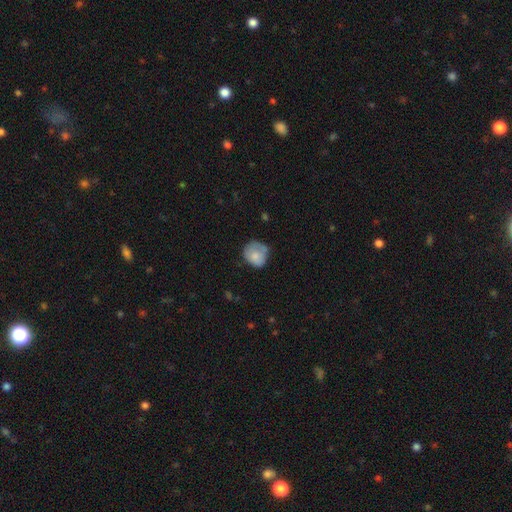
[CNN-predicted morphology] Smooth or featured?
  - smooth: 74% *
  - featured or disk: 18%
  - star or artifact: 8%
How rounded?
  - round: 74% *
  - in between: 25%
  - cigar-shaped: 1%
Merging?
  - none: 48% *
  - minor disturbance: 35%
  - major disturbance: 14%
  - merger: 4%